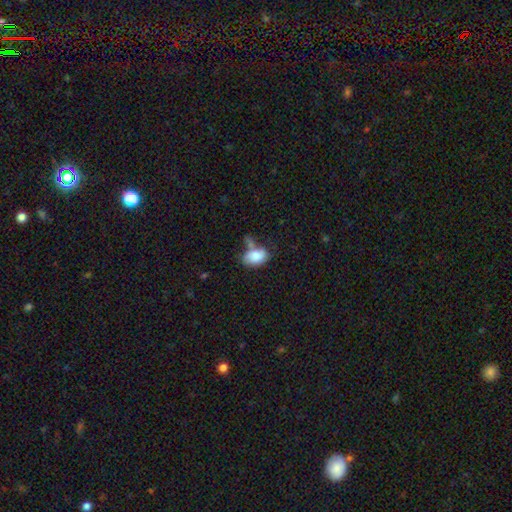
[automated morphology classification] smooth 79%, featured or disk 14%, star or artifact 8%. Down the decision tree: how rounded — in between (89%); merging — none (32%).